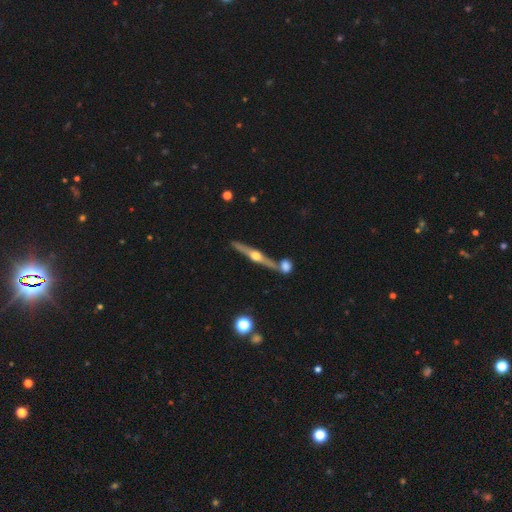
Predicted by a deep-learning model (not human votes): featured or disk 80%, smooth 14%, star or artifact 6%. Down the decision tree: edge-on disk — yes (97%); edge-on bulge — rounded (95%); merging — none (77%).